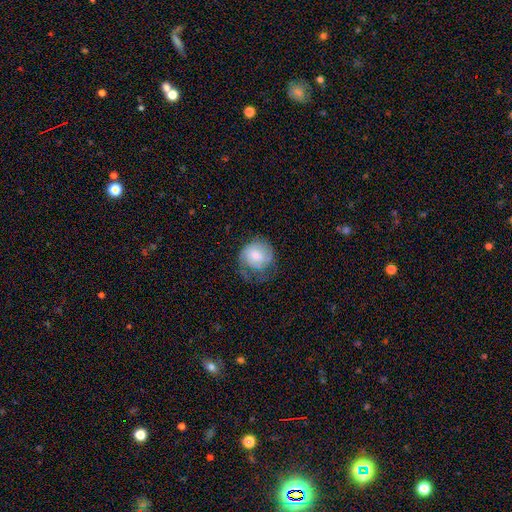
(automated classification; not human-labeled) A smooth galaxy with no disk features (53%) that is round (77%). Merging: none (40%).